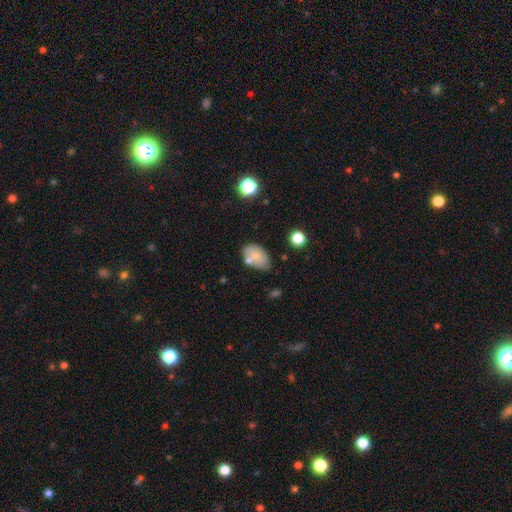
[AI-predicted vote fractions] smooth-or-featured: smooth: 77% | featured or disk: 15% | star or artifact: 8%
  how-rounded: in between: 91% | round: 8% | cigar-shaped: 1%
  merging: none: 59% | minor disturbance: 21% | merger: 15% | major disturbance: 5%